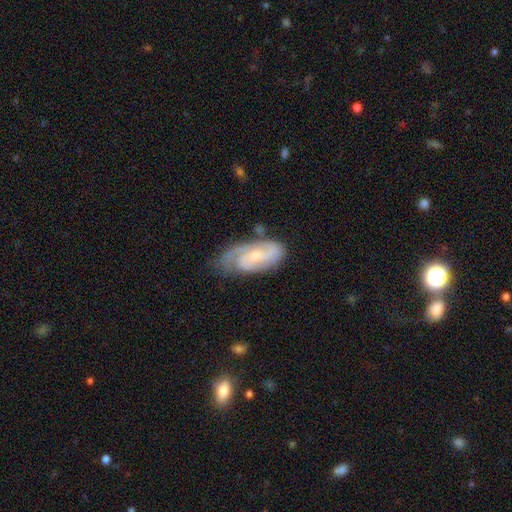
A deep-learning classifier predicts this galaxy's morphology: Overall: featured or disk (77%). Edge-on disk: no (95%). Bar: no (50%; weak 40%). Spiral arms: yes (94%). Spiral arm count: 2 (52%; can't tell 20%). Spiral winding: tight (52%; medium 37%). Bulge size: small (57%; moderate 28%). Merging: none (57%; minor disturbance 27%).